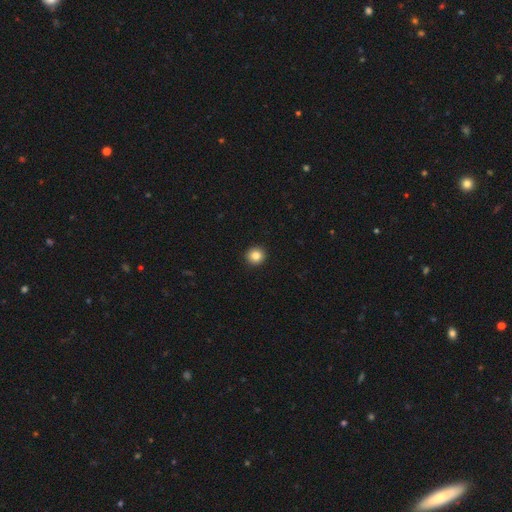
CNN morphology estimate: A smooth galaxy with no disk features (85%) that is round (95%). Merging: none (94%).